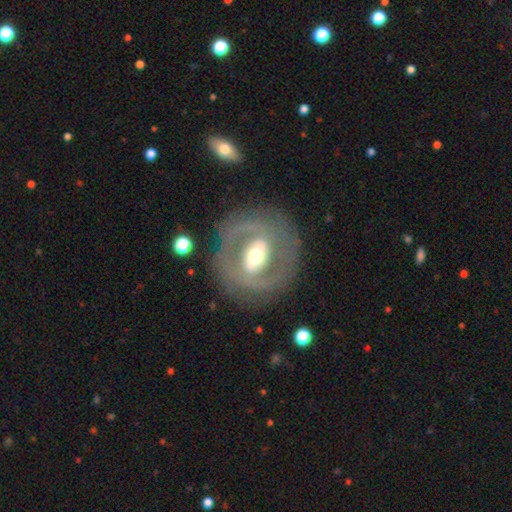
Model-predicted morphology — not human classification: A featured or disk galaxy (74%) with a strong bar (35%), spiral arms (54%) and a moderate central bulge (64%). Merging: none (79%).